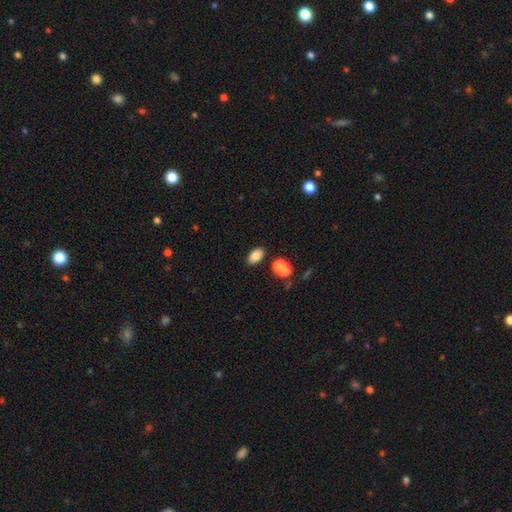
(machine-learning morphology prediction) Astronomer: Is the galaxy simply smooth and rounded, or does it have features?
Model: smooth — 82%.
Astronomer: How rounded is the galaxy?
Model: in between — 89%.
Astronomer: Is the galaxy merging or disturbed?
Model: none — 72%.